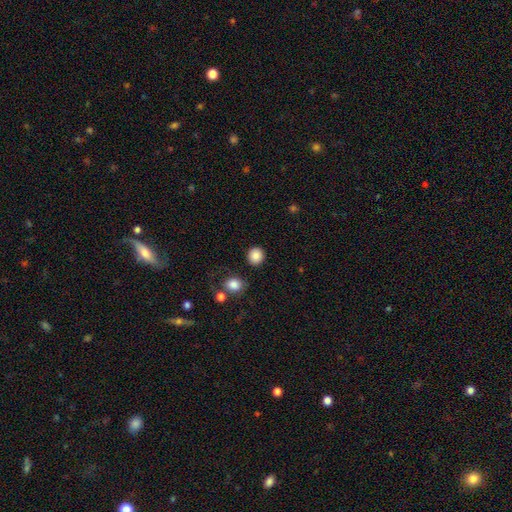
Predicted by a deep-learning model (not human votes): Q: Smooth or featured?
A: smooth (86%); runner-up: star or artifact (10%)
Q: How rounded?
A: round (87%); runner-up: in between (12%)
Q: Merging?
A: none (88%); runner-up: minor disturbance (7%)